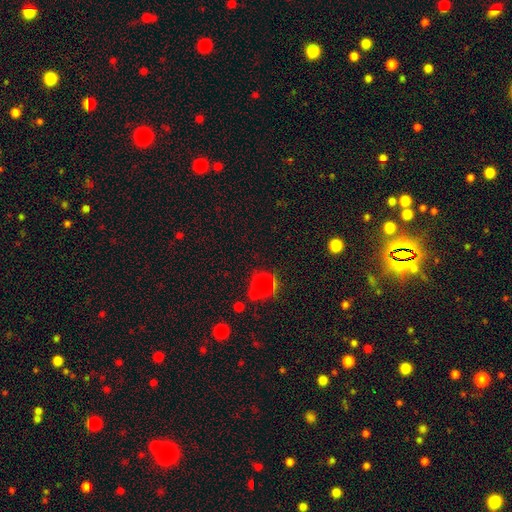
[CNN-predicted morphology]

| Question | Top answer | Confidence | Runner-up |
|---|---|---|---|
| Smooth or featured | smooth | 59% | star or artifact (33%) |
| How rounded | round | 84% | in between (14%) |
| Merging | none | 64% | merger (17%) |